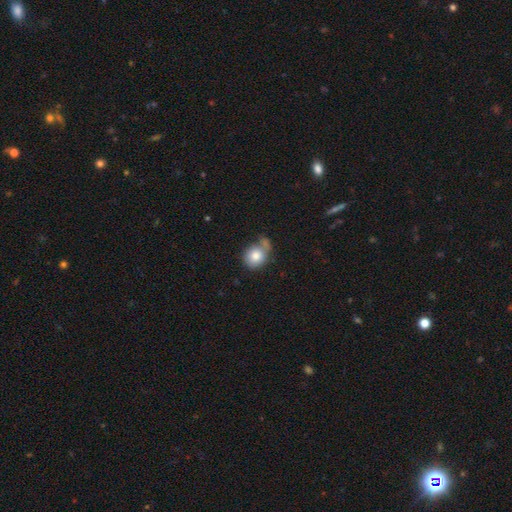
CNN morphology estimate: Smooth or featured? Predicted: smooth (p=0.81). How rounded? Predicted: round (p=0.71). Merging? Predicted: none (p=0.41).